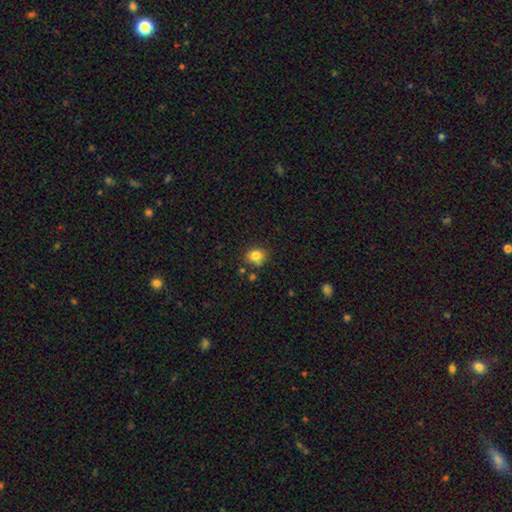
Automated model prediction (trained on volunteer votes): Smooth or featured: smooth — 82% (star or artifact — 11%)
How rounded: round — 63% (in between — 36%)
Merging: none — 74% (minor disturbance — 15%)